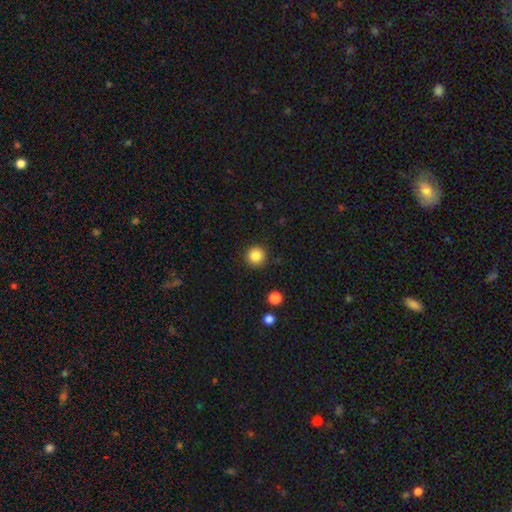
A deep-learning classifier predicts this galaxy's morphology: Overall: smooth (85%). How rounded: round (95%). Merging: none (91%).